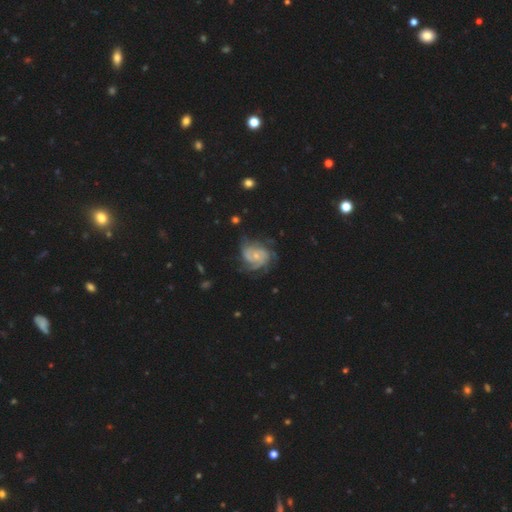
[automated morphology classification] smooth_or_featured: featured or disk (p=0.83) [alt: smooth p=0.11]
disk_edge_on: no (p=0.98) [alt: yes p=0.02]
bar: no (p=0.73) [alt: weak p=0.23]
has_spiral_arms: yes (p=0.95) [alt: no p=0.05]
spiral_winding: tight (p=0.59) [alt: medium p=0.32]
spiral_arm_count: 3 (p=0.31) [alt: can't tell p=0.26]
bulge_size: small (p=0.62) [alt: moderate p=0.33]
merging: none (p=0.58) [alt: minor disturbance p=0.24]